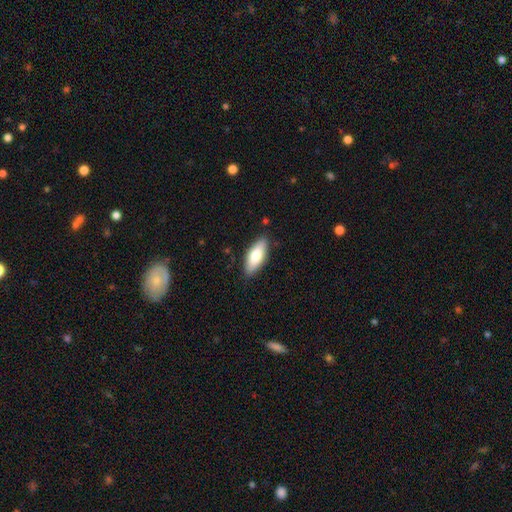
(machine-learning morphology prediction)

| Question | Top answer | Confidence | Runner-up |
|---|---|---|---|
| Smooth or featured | smooth | 75% | featured or disk (19%) |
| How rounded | in between | 74% | cigar-shaped (24%) |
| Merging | none | 86% | minor disturbance (11%) |